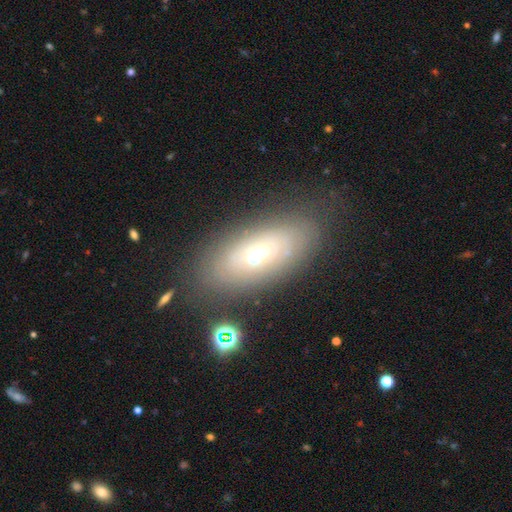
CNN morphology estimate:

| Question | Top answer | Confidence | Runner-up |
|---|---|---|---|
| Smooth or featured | featured or disk | 51% | smooth (37%) |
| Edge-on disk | no | 76% | yes (24%) |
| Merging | none | 74% | minor disturbance (15%) |